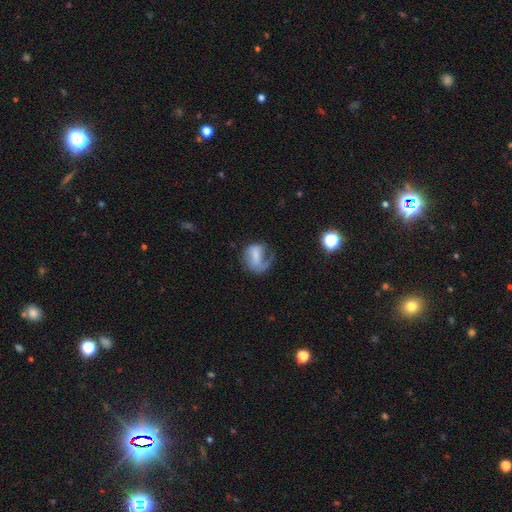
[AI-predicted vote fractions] Smooth or featured?
  - featured or disk: 47% *
  - smooth: 44%
  - star or artifact: 9%
Merging?
  - major disturbance: 46% *
  - none: 30%
  - minor disturbance: 20%
  - merger: 4%